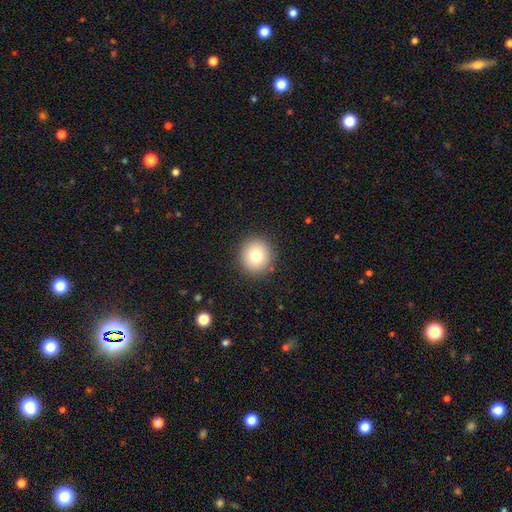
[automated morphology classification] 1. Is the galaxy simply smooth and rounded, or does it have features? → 78% smooth, 11% star or artifact, 11% featured or disk.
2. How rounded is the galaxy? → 93% round, 6% in between, 1% cigar-shaped.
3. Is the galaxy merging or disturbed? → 90% none, 6% minor disturbance, 2% major disturbance, 1% merger.